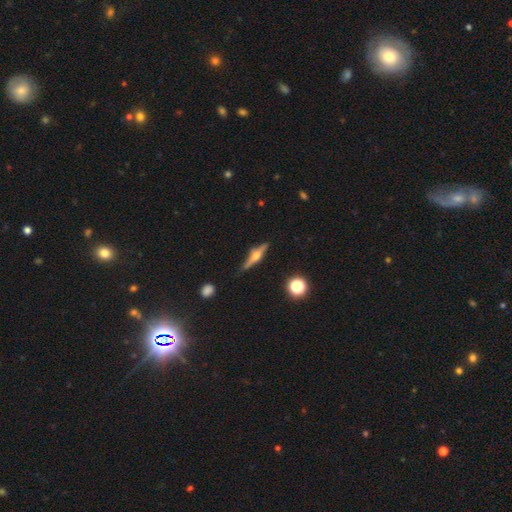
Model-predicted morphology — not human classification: smooth_or_featured: featured or disk (p=0.73) [alt: smooth p=0.20]
disk_edge_on: yes (p=0.97) [alt: no p=0.03]
edge_on_bulge: rounded (p=0.92) [alt: boxy p=0.06]
merging: none (p=0.85) [alt: minor disturbance p=0.11]